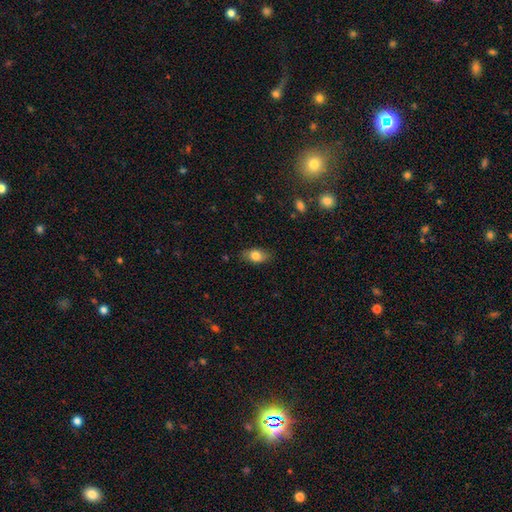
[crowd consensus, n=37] Smooth or featured?
  - smooth: 86% *
  - featured or disk: 11%
  - star or artifact: 3%
How rounded?
  - in between: 69% *
  - round: 25%
  - cigar-shaped: 6%
Merging?
  - none: 81% *
  - minor disturbance: 14%
  - merger: 6%
  - major disturbance: 0%